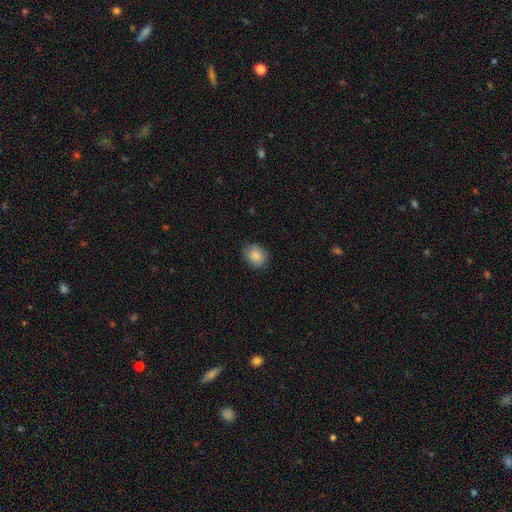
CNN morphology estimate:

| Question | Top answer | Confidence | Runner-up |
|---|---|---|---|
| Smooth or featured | smooth | 87% | star or artifact (8%) |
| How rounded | round | 57% | in between (42%) |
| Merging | none | 85% | minor disturbance (12%) |